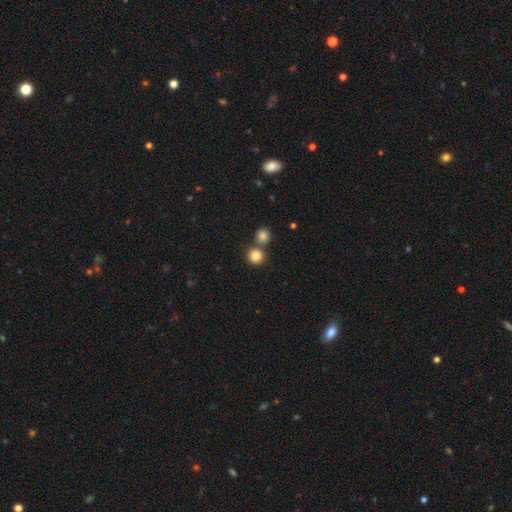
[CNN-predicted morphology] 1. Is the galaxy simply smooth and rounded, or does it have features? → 85% smooth, 10% star or artifact, 5% featured or disk.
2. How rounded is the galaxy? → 91% round, 8% in between, 1% cigar-shaped.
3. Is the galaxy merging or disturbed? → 63% none, 28% merger, 6% minor disturbance, 2% major disturbance.